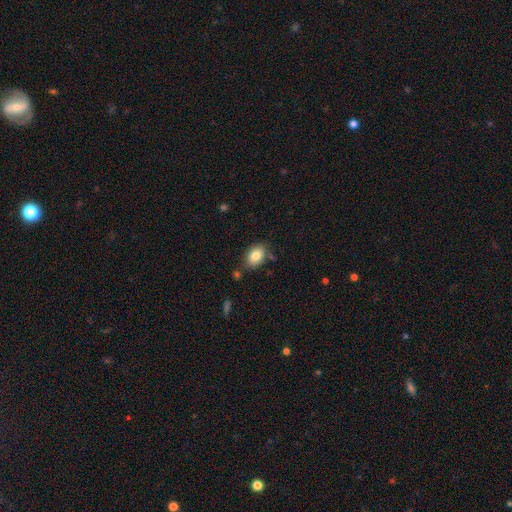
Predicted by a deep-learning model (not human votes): A smooth galaxy with no disk features (82%) that is in between round and cigar-shaped (82%).

Vote fractions:
- Smooth or featured? smooth: 82% / featured or disk: 10% / star or artifact: 8%
- How rounded? in between: 82% / round: 17% / cigar-shaped: 1%
- Merging? none: 77% / minor disturbance: 14% / merger: 6% / major disturbance: 3%